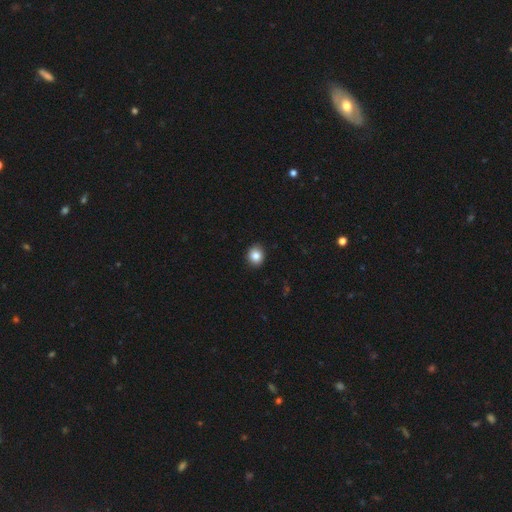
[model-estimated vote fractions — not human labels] This appears to be a smooth galaxy with no disk features (85%) that is round (72%). Merging: none (91%).